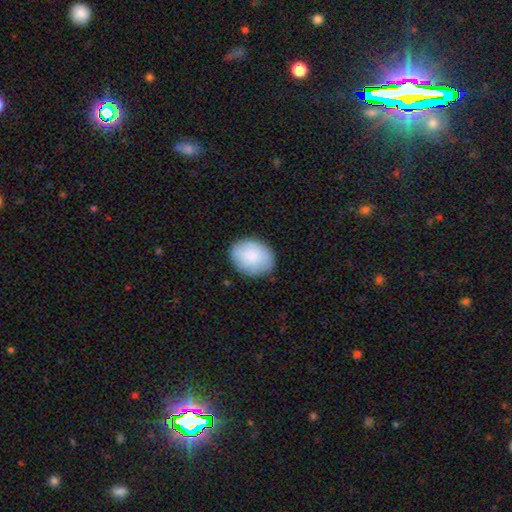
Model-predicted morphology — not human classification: smooth_or_featured: smooth (p=0.86) [alt: featured or disk p=0.09]
how_rounded: in between (p=0.64) [alt: round p=0.36]
merging: none (p=0.82) [alt: minor disturbance p=0.14]